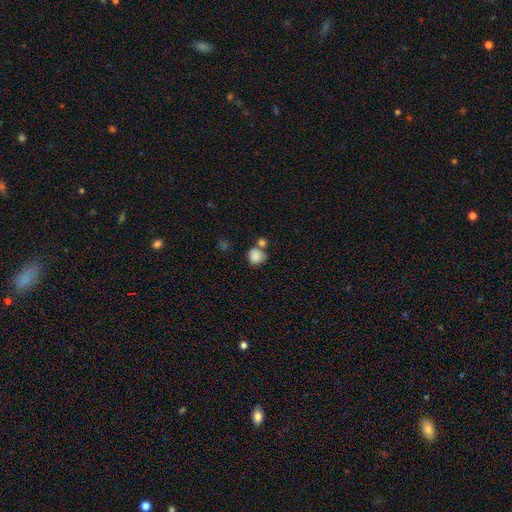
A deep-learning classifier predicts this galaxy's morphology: Smooth or featured?
  - smooth: 85% *
  - star or artifact: 9%
  - featured or disk: 6%
How rounded?
  - round: 83% *
  - in between: 16%
  - cigar-shaped: 1%
Merging?
  - none: 51% *
  - merger: 31%
  - minor disturbance: 13%
  - major disturbance: 5%